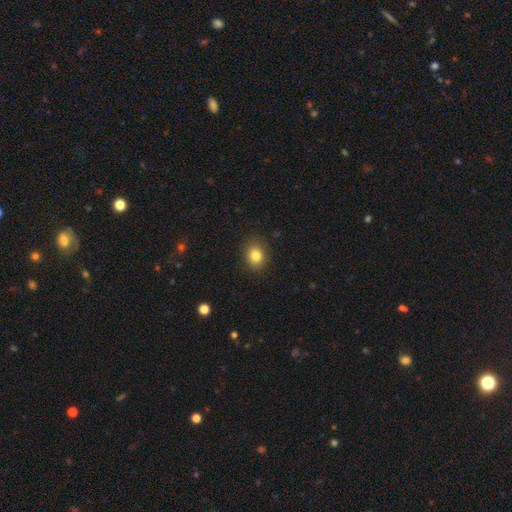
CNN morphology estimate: A smooth galaxy with no disk features (83%) that is round (58%).

Vote fractions:
- Smooth or featured? smooth: 83% / star or artifact: 10% / featured or disk: 7%
- How rounded? round: 58% / in between: 41% / cigar-shaped: 1%
- Merging? none: 86% / minor disturbance: 10% / major disturbance: 3% / merger: 1%